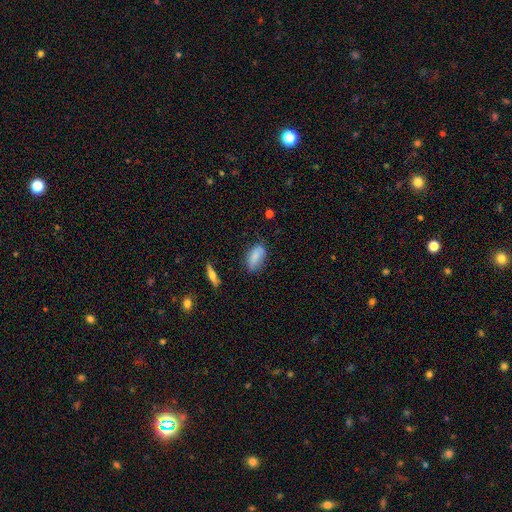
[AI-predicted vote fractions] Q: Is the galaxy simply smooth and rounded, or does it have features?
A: smooth — 82%.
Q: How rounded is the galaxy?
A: in between — 88%.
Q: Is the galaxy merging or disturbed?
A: none — 68%.